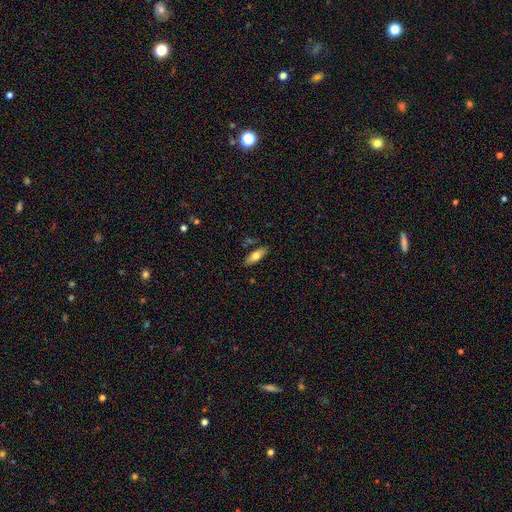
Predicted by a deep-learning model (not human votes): Smooth or featured? Predicted: smooth (p=0.71). How rounded? Predicted: in between (p=0.72). Merging? Predicted: none (p=0.83).